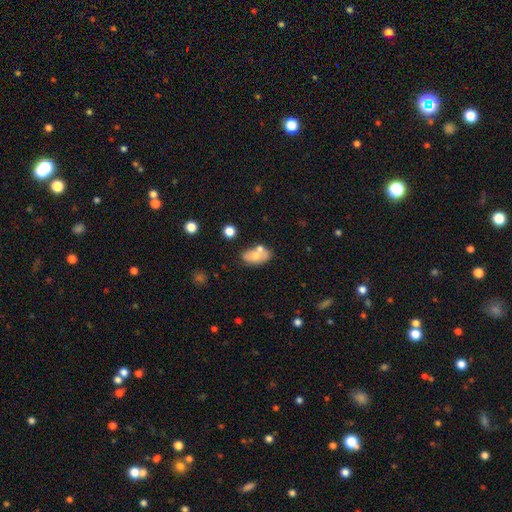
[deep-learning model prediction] smooth 62%, featured or disk 29%, star or artifact 9%. Down the decision tree: how rounded — in between (88%); merging — none (50%).